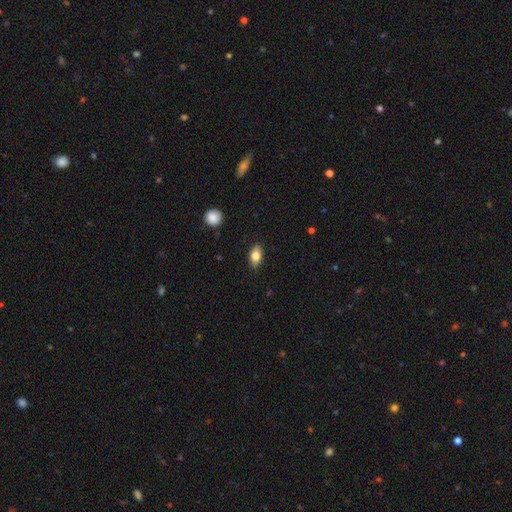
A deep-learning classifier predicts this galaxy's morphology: This is clearly a smooth galaxy (81%). How rounded: clearly in between (88%). Merging: clearly none (86%).